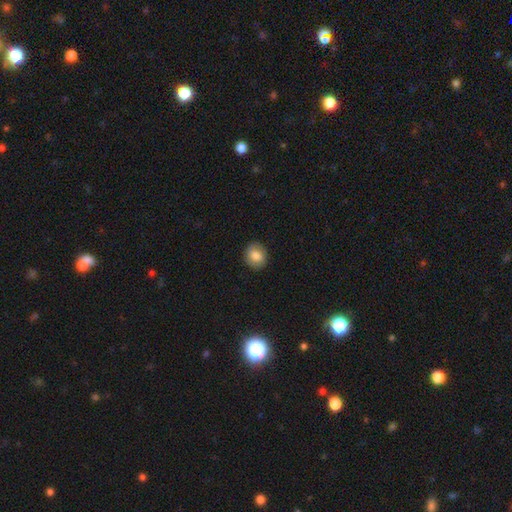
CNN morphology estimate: Smooth or featured? smooth (82%)
How rounded? round (73%)
Merging? none (89%)